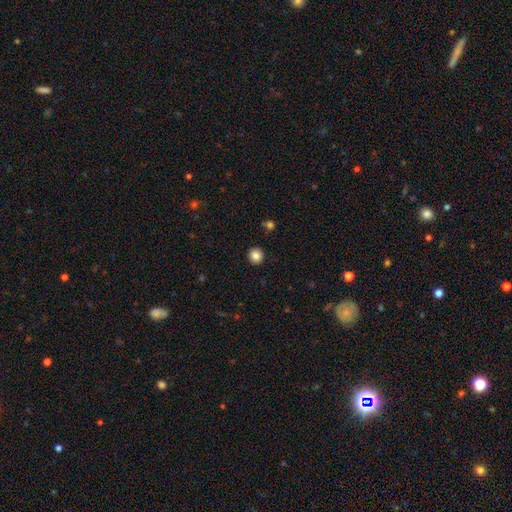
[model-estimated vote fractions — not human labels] The model was most divided on "smooth or featured": smooth: 84%, star or artifact: 10%, featured or disk: 6%. More confident: how rounded — round (93%); merging — none (93%).